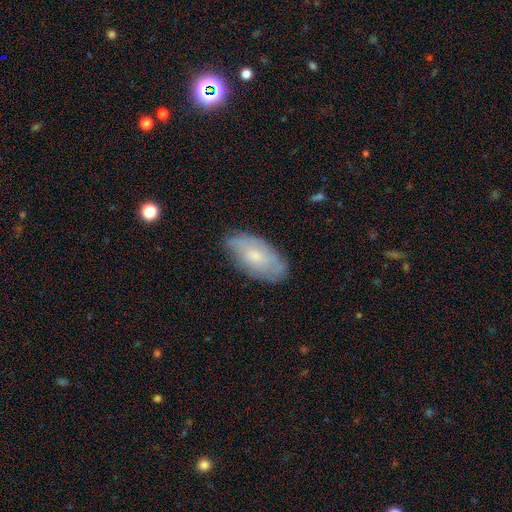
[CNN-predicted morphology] The model was most divided on "smooth or featured": smooth: 54%, featured or disk: 39%, star or artifact: 7%. More confident: how rounded — in between (93%); merging — none (74%).